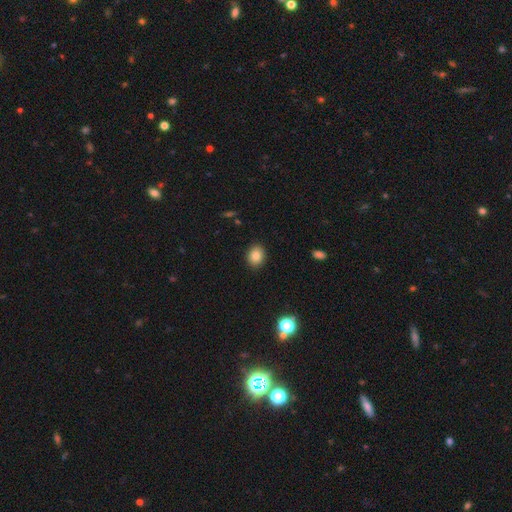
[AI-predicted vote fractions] Q: Smooth or featured?
A: smooth (84%); runner-up: star or artifact (10%)
Q: How rounded?
A: round (55%); runner-up: in between (44%)
Q: Merging?
A: none (90%); runner-up: minor disturbance (7%)